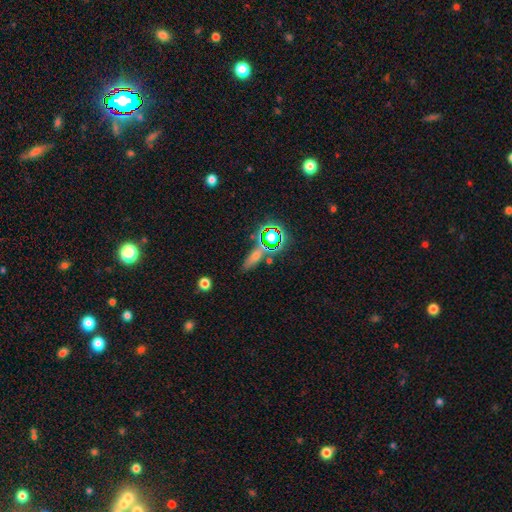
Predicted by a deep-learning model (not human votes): smooth_or_featured: star or artifact (p=0.40) [alt: smooth p=0.39]